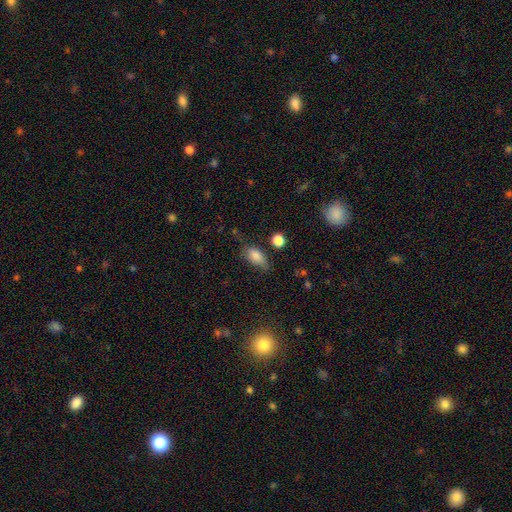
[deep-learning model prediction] smooth 82%, featured or disk 9%, star or artifact 9%. Down the decision tree: how rounded — in between (89%); merging — none (60%).